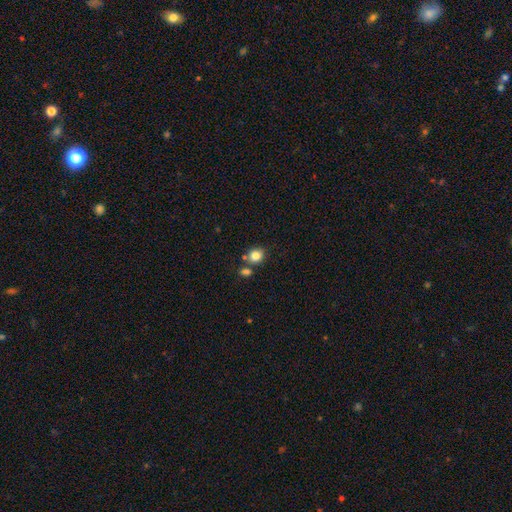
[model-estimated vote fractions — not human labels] smooth 83%, star or artifact 11%, featured or disk 7%. Down the decision tree: how rounded — round (73%); merging — none (69%).